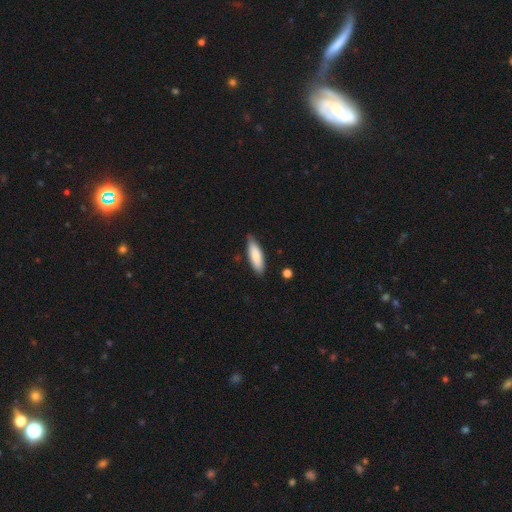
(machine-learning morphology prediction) Smooth or featured? Predicted: smooth (p=0.81). How rounded? Predicted: in between (p=0.51). Merging? Predicted: none (p=0.82).